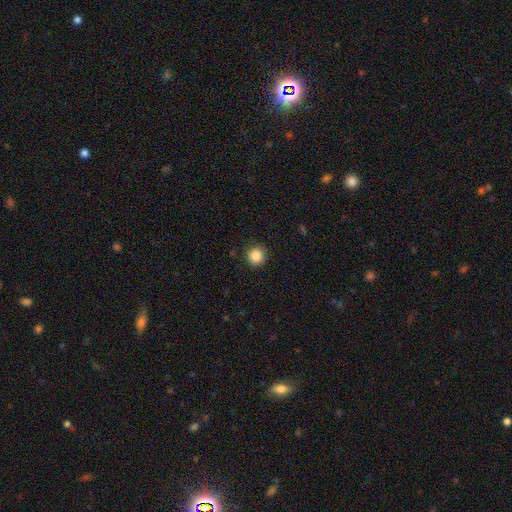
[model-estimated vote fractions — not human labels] Q: Smooth or featured?
A: smooth (87%); runner-up: star or artifact (10%)
Q: How rounded?
A: round (94%); runner-up: in between (5%)
Q: Merging?
A: none (91%); runner-up: minor disturbance (6%)